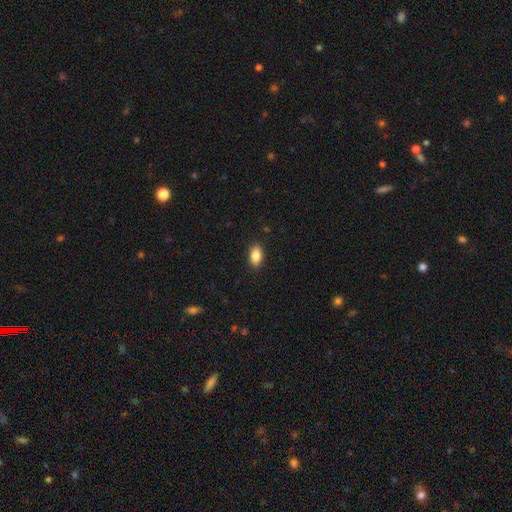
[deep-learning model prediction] Smooth or featured? Predicted: smooth (p=0.86). How rounded? Predicted: in between (p=0.89). Merging? Predicted: none (p=0.88).